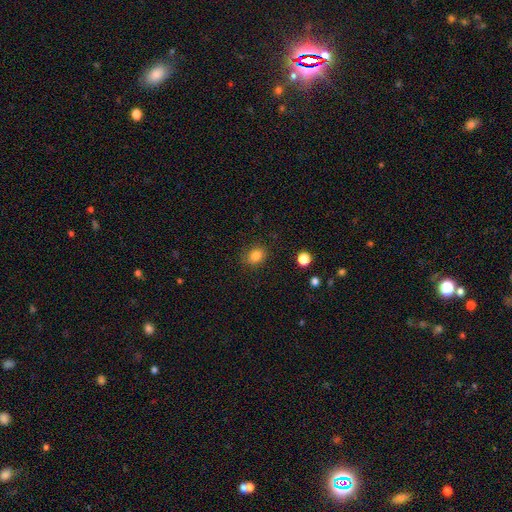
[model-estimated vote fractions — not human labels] Smooth or featured?
  - smooth: 83% *
  - star or artifact: 11%
  - featured or disk: 6%
How rounded?
  - in between: 51% *
  - round: 48%
  - cigar-shaped: 1%
Merging?
  - none: 84% *
  - minor disturbance: 11%
  - major disturbance: 3%
  - merger: 1%